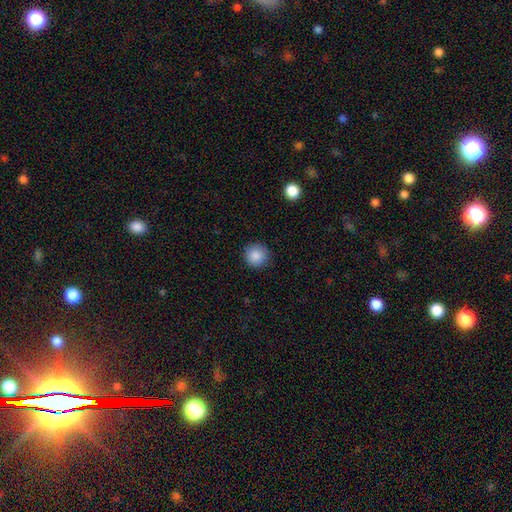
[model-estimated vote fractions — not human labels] Morphology: type=smooth (88%); roundness=round (94%); merging=none (90%).